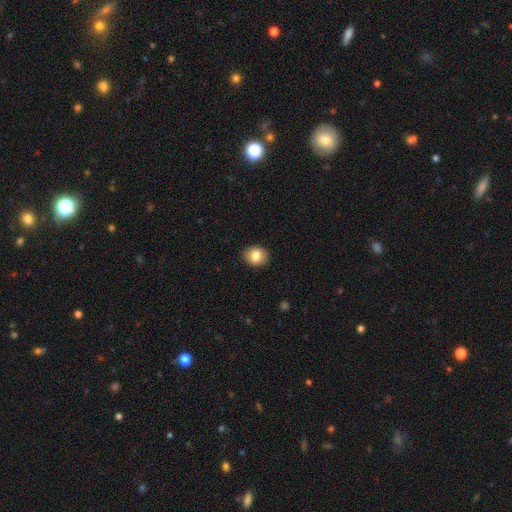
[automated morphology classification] type=smooth (82%); roundness=round (60%); merging=none (90%).